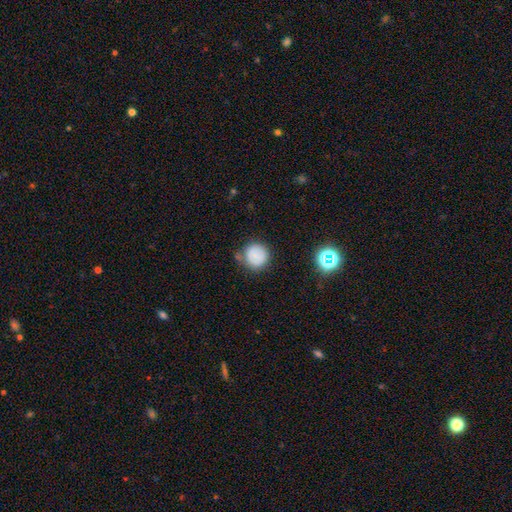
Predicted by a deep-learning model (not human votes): This is clearly a smooth galaxy (81%). How rounded: clearly round (93%). Merging: likely none (75%).